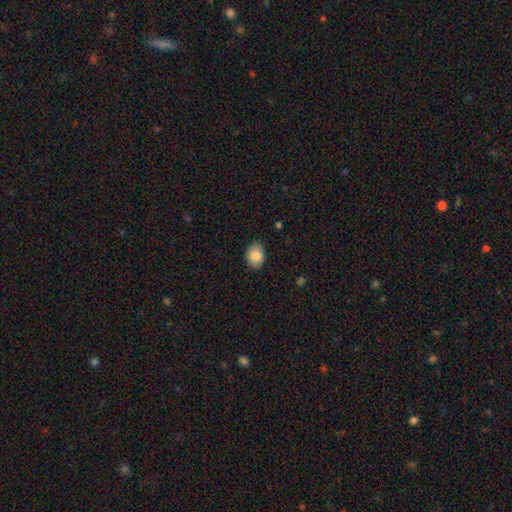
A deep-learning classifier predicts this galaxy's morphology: Smooth or featured? Predicted: smooth (p=0.87). How rounded? Predicted: in between (p=0.77). Merging? Predicted: none (p=0.82).